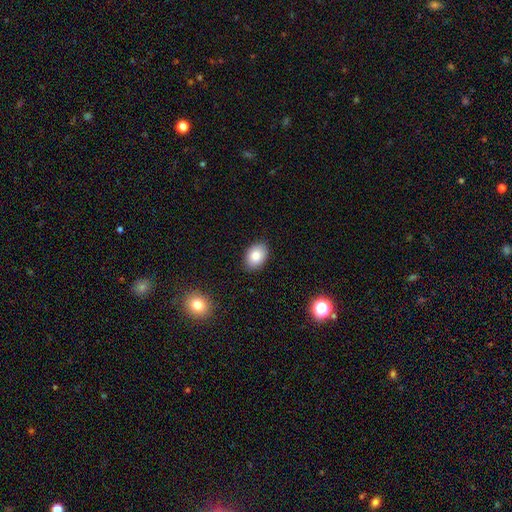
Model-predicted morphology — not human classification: type=smooth (84%); roundness=in between (82%); merging=none (88%).